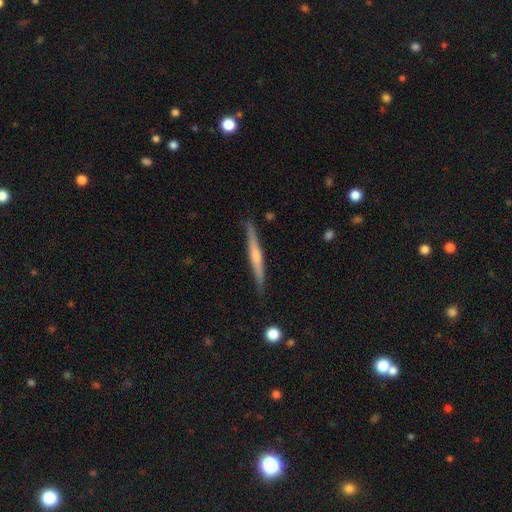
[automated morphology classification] A featured or disk galaxy (68%) viewed edge-on (97%) with a rounded central bulge (75%).

Vote fractions:
- Smooth or featured? featured or disk: 68% / smooth: 25% / star or artifact: 7%
- Edge-on disk? yes: 97% / no: 3%
- Edge-on bulge? rounded: 75% / none: 18% / boxy: 6%
- Merging? none: 89% / minor disturbance: 8% / major disturbance: 2% / merger: 1%